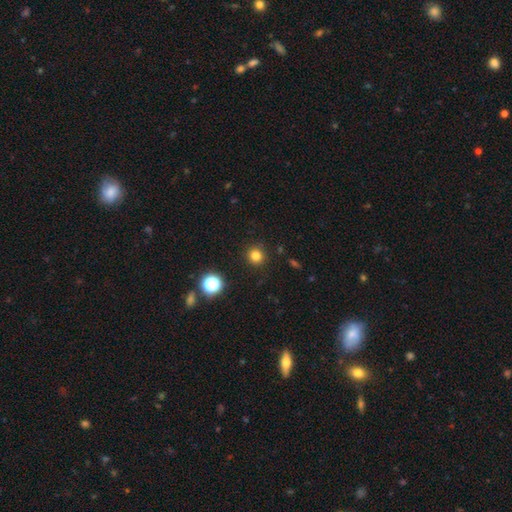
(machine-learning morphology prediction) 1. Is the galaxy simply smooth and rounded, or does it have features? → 80% smooth, 15% star or artifact, 5% featured or disk.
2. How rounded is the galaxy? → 93% round, 6% in between, 1% cigar-shaped.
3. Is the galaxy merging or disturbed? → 91% none, 5% minor disturbance, 2% major disturbance, 1% merger.